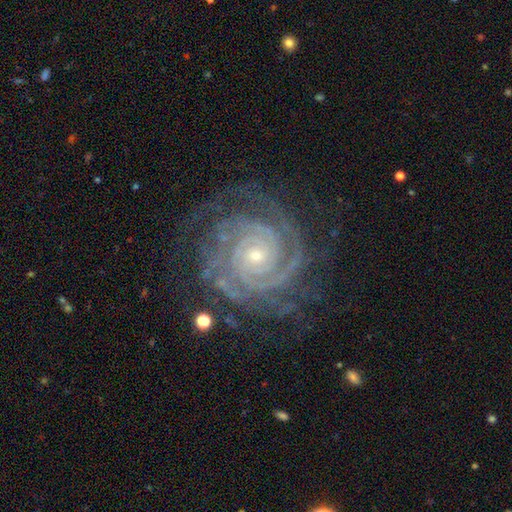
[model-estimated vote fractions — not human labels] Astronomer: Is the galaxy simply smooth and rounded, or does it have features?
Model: featured or disk — 92%.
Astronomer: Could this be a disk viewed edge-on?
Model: no — 98%.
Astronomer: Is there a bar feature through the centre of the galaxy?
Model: no — 74%.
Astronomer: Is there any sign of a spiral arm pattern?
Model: yes — 99%.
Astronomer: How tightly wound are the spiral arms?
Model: tight — 86%.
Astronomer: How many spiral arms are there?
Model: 2 — 34% (runner-up: 3, 23%).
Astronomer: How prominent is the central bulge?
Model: small — 73%.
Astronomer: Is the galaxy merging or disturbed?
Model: none — 76%.